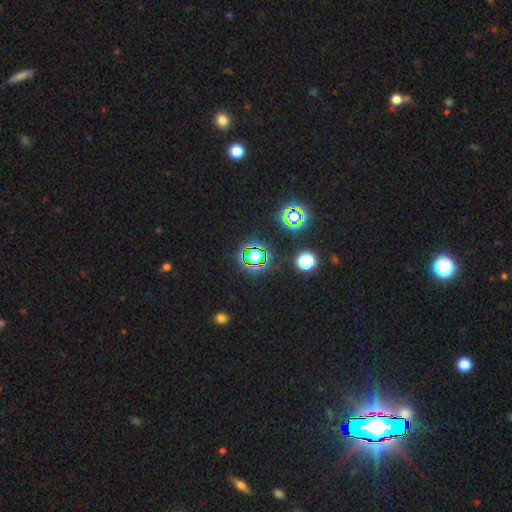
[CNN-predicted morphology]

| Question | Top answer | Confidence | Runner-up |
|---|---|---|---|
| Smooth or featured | star or artifact | 70% | smooth (20%) |